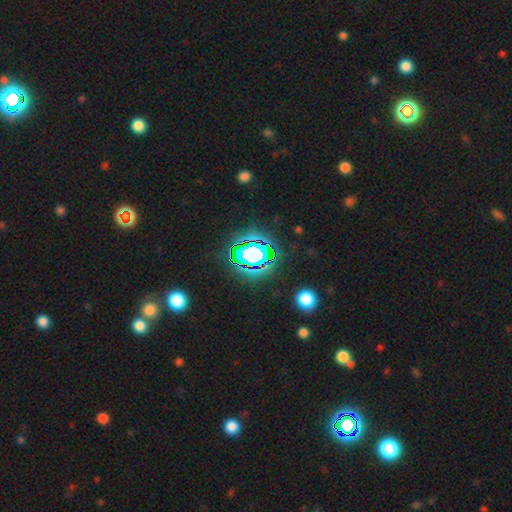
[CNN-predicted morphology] Smooth or featured: star or artifact — 75% (smooth — 15%)